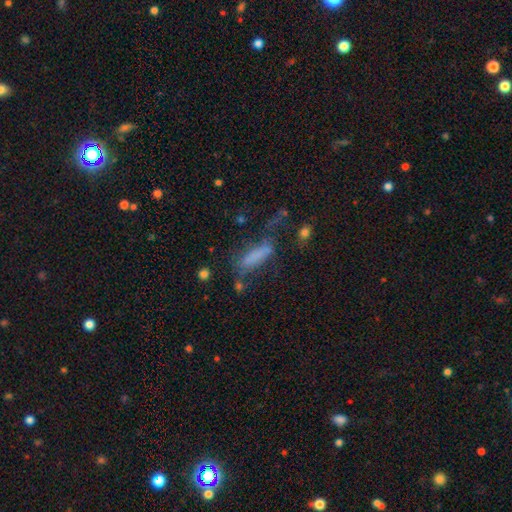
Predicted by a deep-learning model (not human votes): A smooth galaxy with no disk features (64%) that is cigar-shaped (55%).

Vote fractions:
- Smooth or featured? smooth: 64% / featured or disk: 21% / star or artifact: 15%
- How rounded? cigar-shaped: 55% / in between: 41% / round: 3%
- Merging? none: 36% / major disturbance: 32% / minor disturbance: 22% / merger: 11%